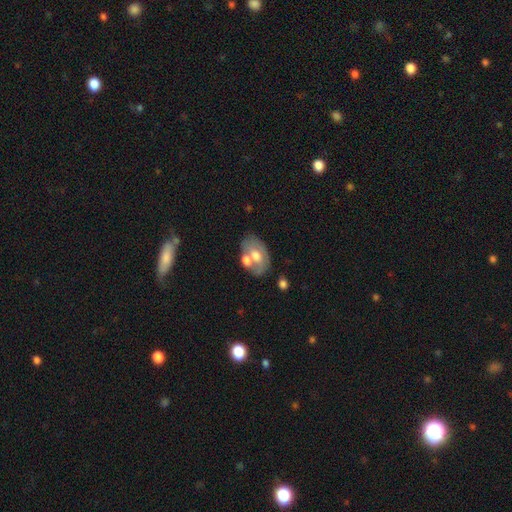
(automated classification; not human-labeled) Smooth or featured: smooth — 51% (featured or disk — 42%)
How rounded: in between — 87% (round — 12%)
Merging: none — 46% (merger — 30%)